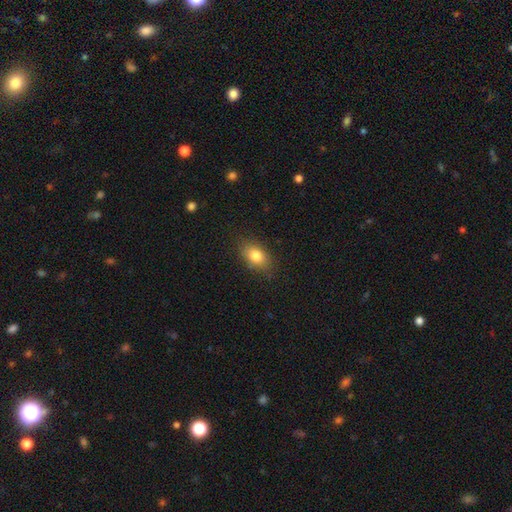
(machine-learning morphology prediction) smooth 81%, featured or disk 10%, star or artifact 9%. Down the decision tree: how rounded — in between (81%); merging — none (81%).